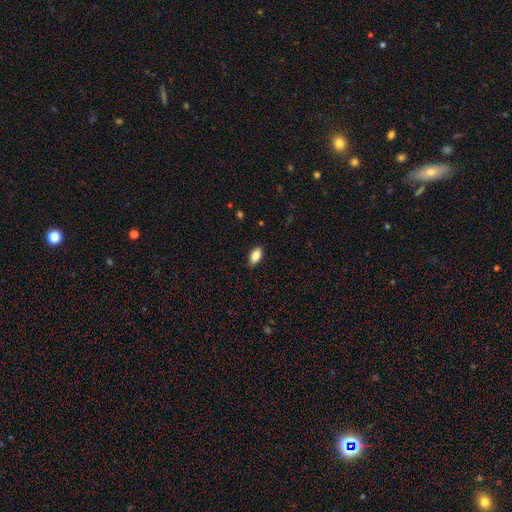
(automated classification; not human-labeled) A smooth galaxy with no disk features (85%) that is in between round and cigar-shaped (92%). Merging: none (88%).